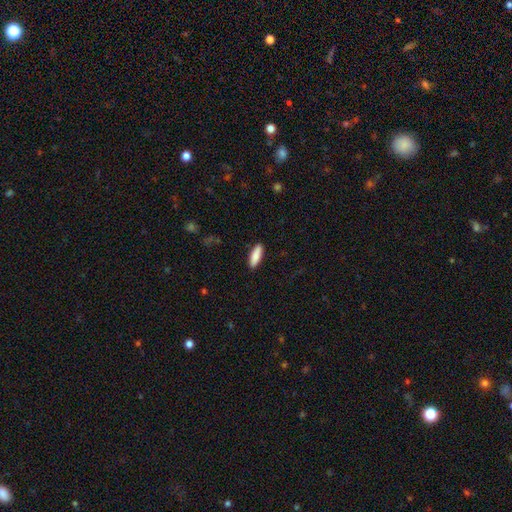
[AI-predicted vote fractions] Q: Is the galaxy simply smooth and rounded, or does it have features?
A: smooth — 86%.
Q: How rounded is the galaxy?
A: in between — 53%.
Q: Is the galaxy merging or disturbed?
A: none — 89%.